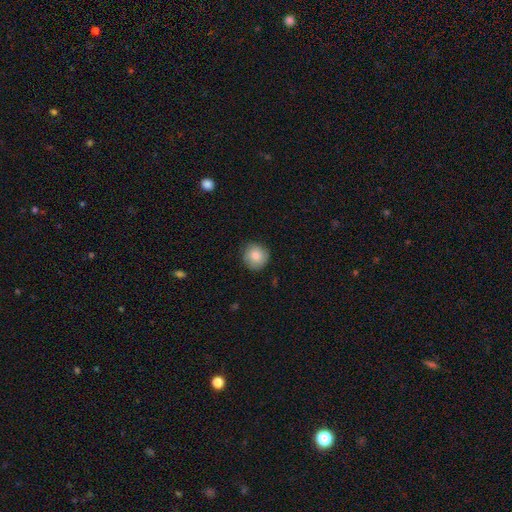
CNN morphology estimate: A smooth galaxy with no disk features (83%) that is round (92%).

Vote fractions:
- Smooth or featured? smooth: 83% / featured or disk: 10% / star or artifact: 7%
- How rounded? round: 92% / in between: 7% / cigar-shaped: 1%
- Merging? none: 85% / minor disturbance: 12% / major disturbance: 2% / merger: 1%